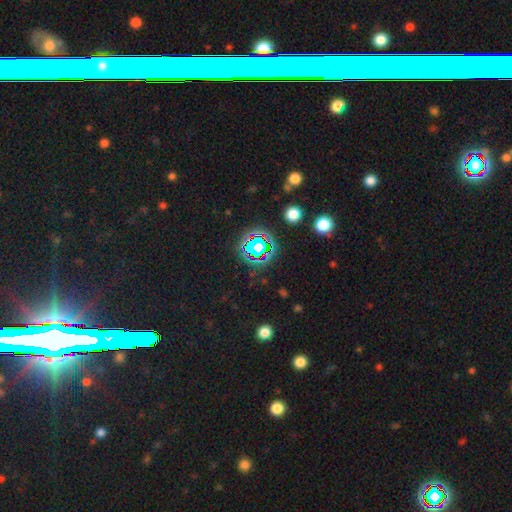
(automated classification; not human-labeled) Q: Smooth or featured?
A: star or artifact (73%); runner-up: smooth (17%)